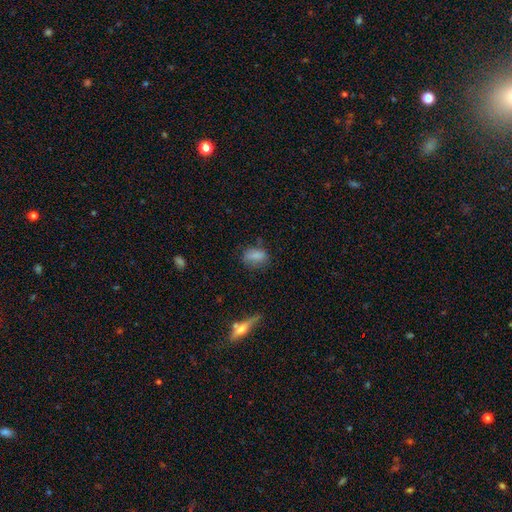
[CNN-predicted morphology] Smooth or featured? smooth (81%)
How rounded? in between (81%)
Merging? none (65%)